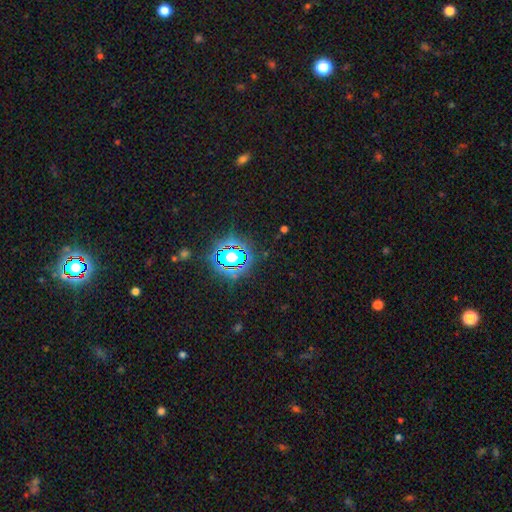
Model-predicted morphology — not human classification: Smooth or featured? star or artifact (79%)